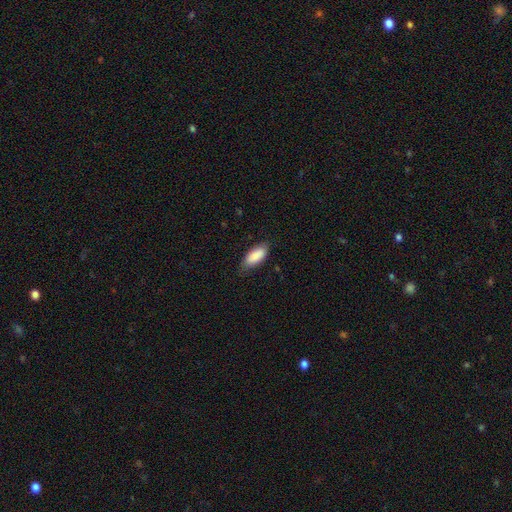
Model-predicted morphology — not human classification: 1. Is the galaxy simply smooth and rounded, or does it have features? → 86% smooth, 8% featured or disk, 6% star or artifact.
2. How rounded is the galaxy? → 87% in between, 11% cigar-shaped, 2% round.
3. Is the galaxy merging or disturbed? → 75% none, 20% minor disturbance, 4% major disturbance, 1% merger.